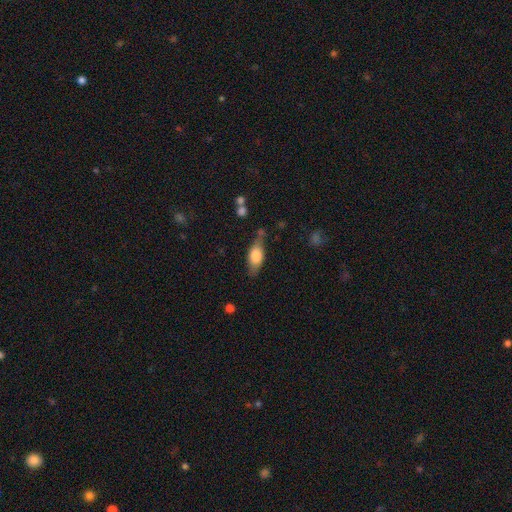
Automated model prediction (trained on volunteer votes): smooth-or-featured: smooth: 70% | featured or disk: 23% | star or artifact: 7%
  how-rounded: in between: 79% | cigar-shaped: 17% | round: 4%
  merging: none: 63% | minor disturbance: 24% | major disturbance: 7% | merger: 6%